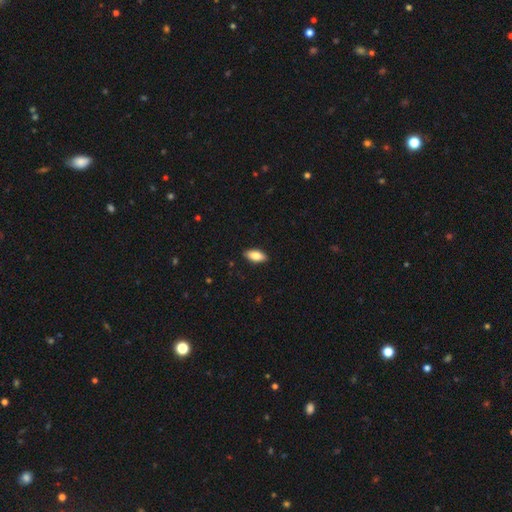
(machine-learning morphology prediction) The model was most divided on "smooth or featured": smooth: 82%, featured or disk: 12%, star or artifact: 6%. More confident: merging — none (89%); how rounded — in between (89%).